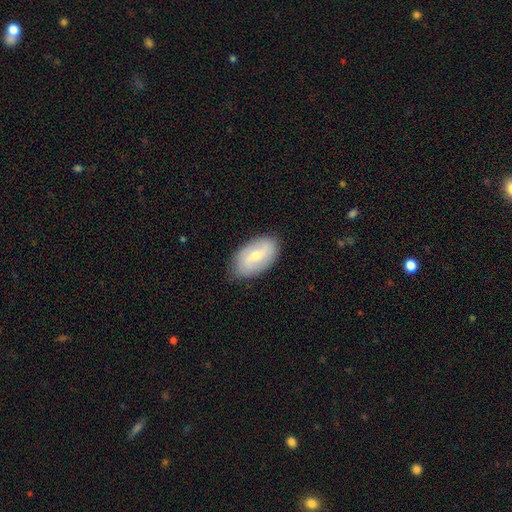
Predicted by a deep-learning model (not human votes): Overall: smooth (47%; featured or disk 46%). Merging: none (83%).